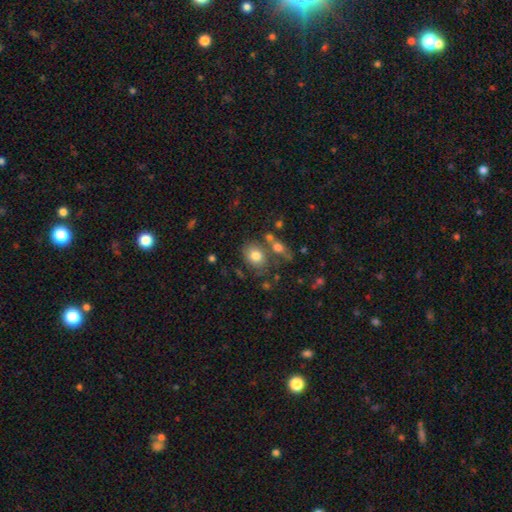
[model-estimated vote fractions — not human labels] Overall: smooth (77%). How rounded: in between (57%; round 42%). Merging: none (59%; merger 20%).